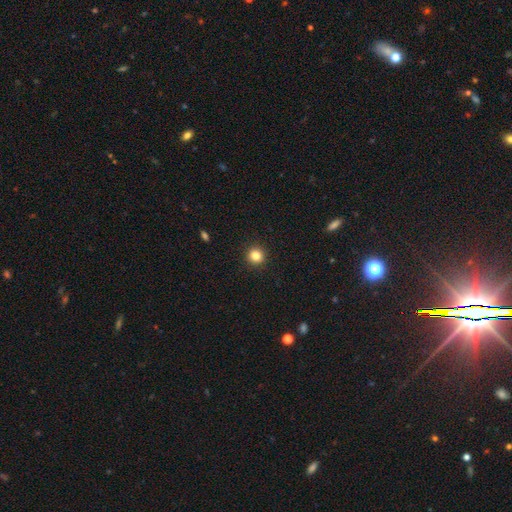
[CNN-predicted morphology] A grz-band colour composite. It shows a smooth galaxy with no disk features (83%) that is round (95%). Merging: none (93%).